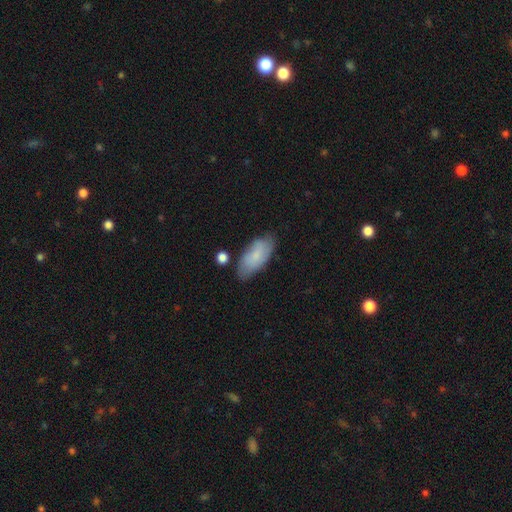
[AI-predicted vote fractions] Q: Smooth or featured?
A: smooth (76%); runner-up: featured or disk (17%)
Q: How rounded?
A: in between (88%); runner-up: cigar-shaped (10%)
Q: Merging?
A: none (70%); runner-up: minor disturbance (21%)